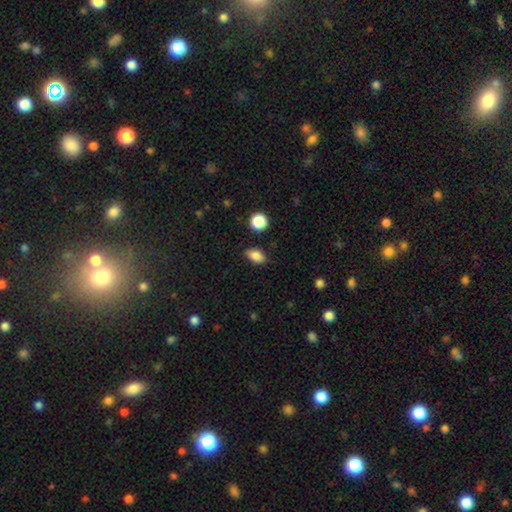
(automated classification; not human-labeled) The model was most divided on "how rounded": in between: 85%, round: 13%, cigar-shaped: 2%. More confident: smooth or featured — smooth (86%); merging — none (85%).